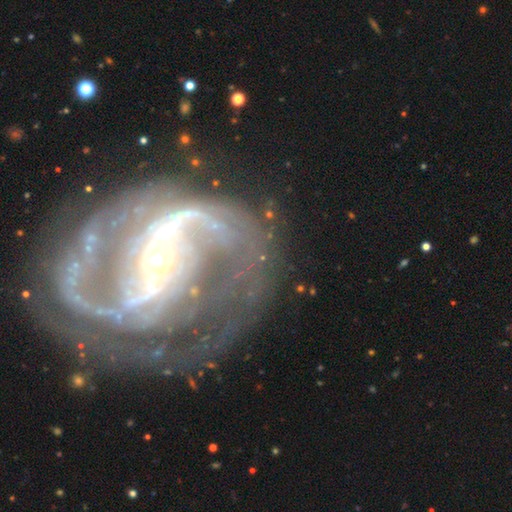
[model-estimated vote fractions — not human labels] The model was most divided on "spiral winding": medium: 48%, loose: 35%, tight: 17%. More confident: edge-on disk — no (97%); spiral arms — yes (97%); smooth or featured — featured or disk (92%); spiral arm count — 2 (86%); bulge size — small (75%); merging — none (64%); bar — strong (53%).